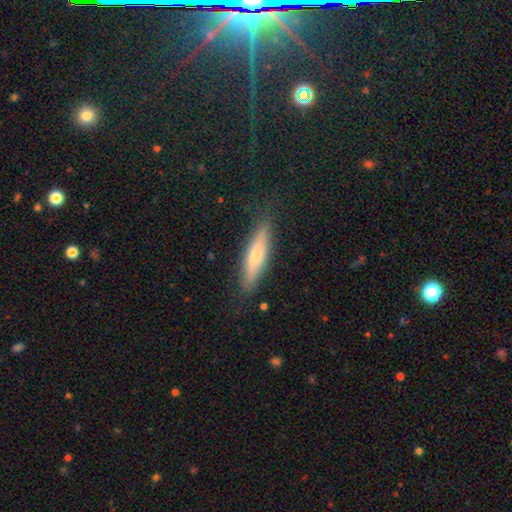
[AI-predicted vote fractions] The model was most divided on "smooth or featured": smooth: 63%, featured or disk: 31%, star or artifact: 6%. More confident: merging — none (84%); how rounded — cigar-shaped (76%).